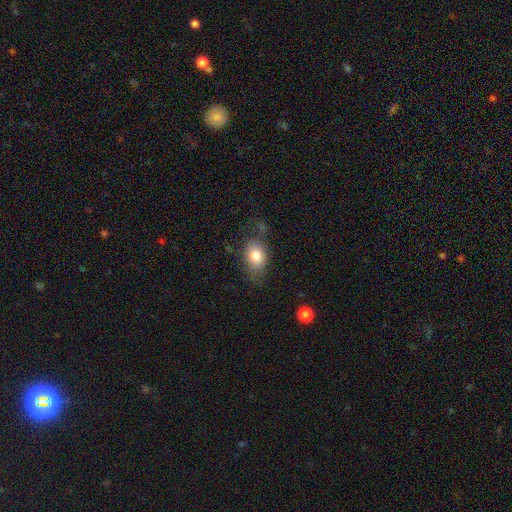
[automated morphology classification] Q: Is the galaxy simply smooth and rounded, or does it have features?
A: smooth — 81%.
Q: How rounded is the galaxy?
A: in between — 76%.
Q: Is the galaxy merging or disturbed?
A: none — 64%.